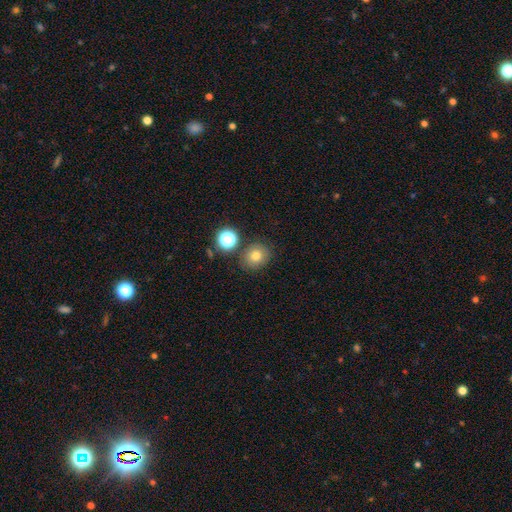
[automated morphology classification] Q: Smooth or featured?
A: smooth (73%); runner-up: star or artifact (16%)
Q: How rounded?
A: round (77%); runner-up: in between (22%)
Q: Merging?
A: none (79%); runner-up: minor disturbance (11%)